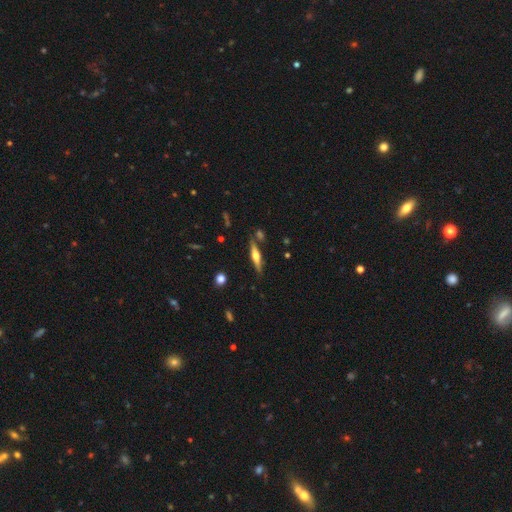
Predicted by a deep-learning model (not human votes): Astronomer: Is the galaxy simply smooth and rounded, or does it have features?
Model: featured or disk — 63%.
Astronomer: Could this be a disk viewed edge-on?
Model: yes — 96%.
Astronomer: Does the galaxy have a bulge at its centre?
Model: rounded — 87%.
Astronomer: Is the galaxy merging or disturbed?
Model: none — 80%.